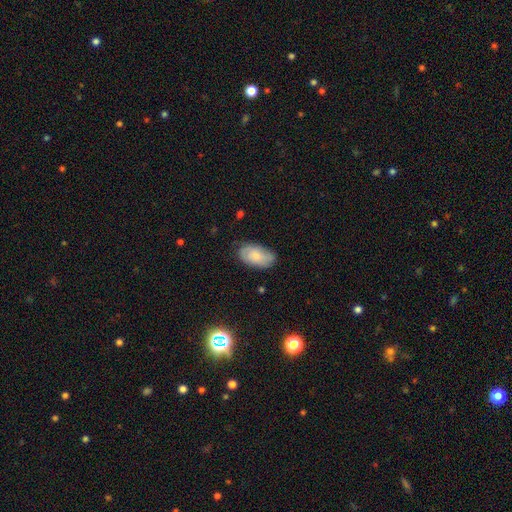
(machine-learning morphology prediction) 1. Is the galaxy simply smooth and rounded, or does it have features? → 74% smooth, 20% featured or disk, 6% star or artifact.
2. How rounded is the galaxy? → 95% in between, 4% round, 2% cigar-shaped.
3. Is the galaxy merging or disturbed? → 72% none, 22% minor disturbance, 4% major disturbance, 1% merger.